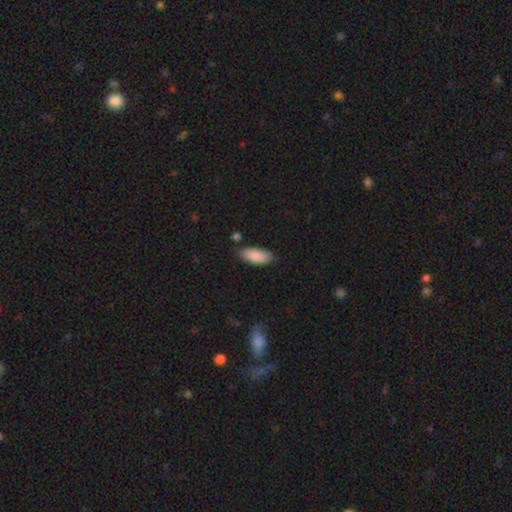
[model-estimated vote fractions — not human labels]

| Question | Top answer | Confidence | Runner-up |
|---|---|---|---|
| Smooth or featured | smooth | 88% | star or artifact (6%) |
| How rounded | in between | 86% | cigar-shaped (13%) |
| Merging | none | 78% | minor disturbance (16%) |